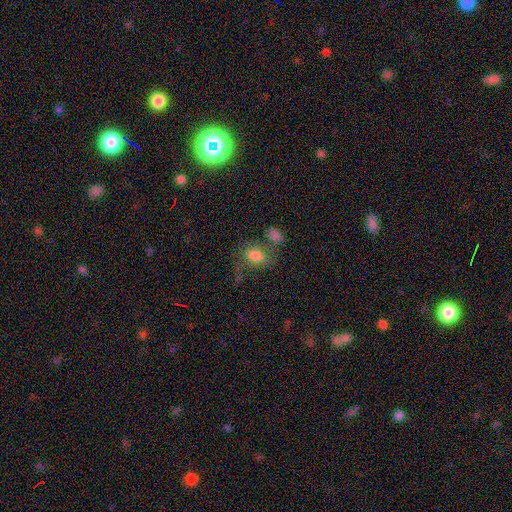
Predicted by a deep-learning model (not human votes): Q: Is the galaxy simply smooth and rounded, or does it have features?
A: smooth — 74%.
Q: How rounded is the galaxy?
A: in between — 77%.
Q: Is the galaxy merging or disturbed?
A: none — 41%.